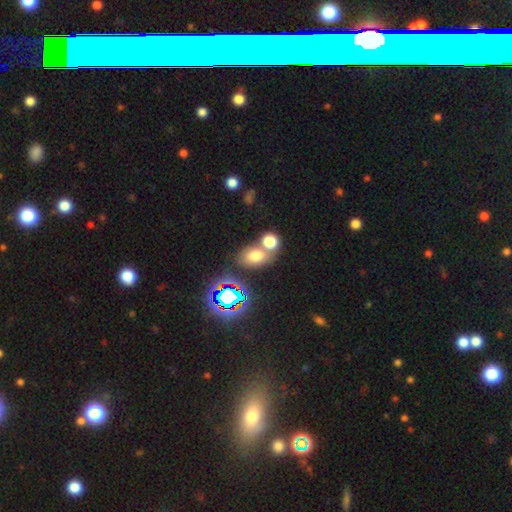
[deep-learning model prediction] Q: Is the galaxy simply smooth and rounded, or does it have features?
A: smooth — 67%.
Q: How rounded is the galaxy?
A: in between — 71%.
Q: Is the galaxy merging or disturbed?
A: none — 49%.